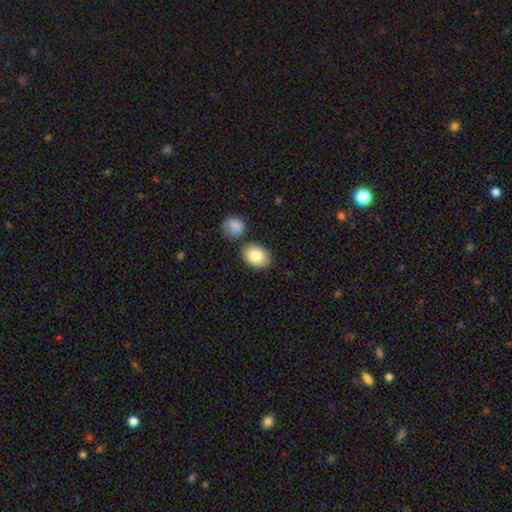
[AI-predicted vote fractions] A smooth galaxy with no disk features (84%) that is in between round and cigar-shaped (75%). Merging: none (77%).